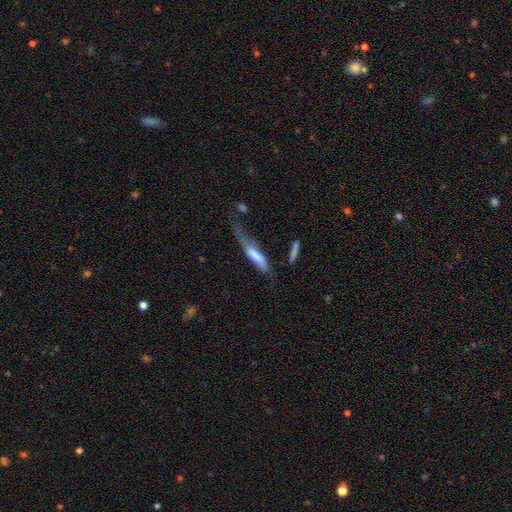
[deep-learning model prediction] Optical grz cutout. It shows a smooth galaxy with no disk features (57%) that is cigar-shaped (74%). Merging: major disturbance (42%).